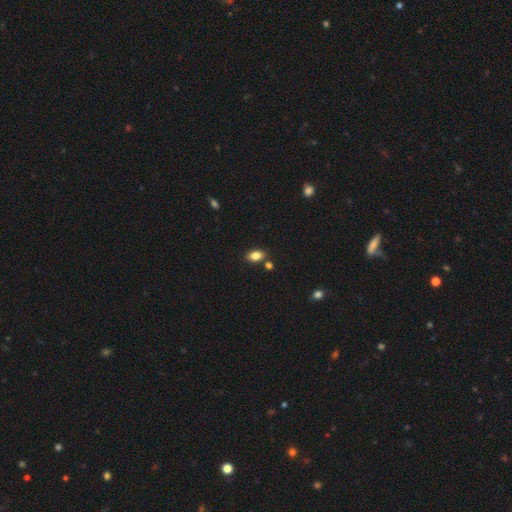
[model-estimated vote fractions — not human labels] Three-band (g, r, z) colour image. It shows a smooth galaxy with no disk features (84%) that is in between round and cigar-shaped (87%). Merging: none (78%).